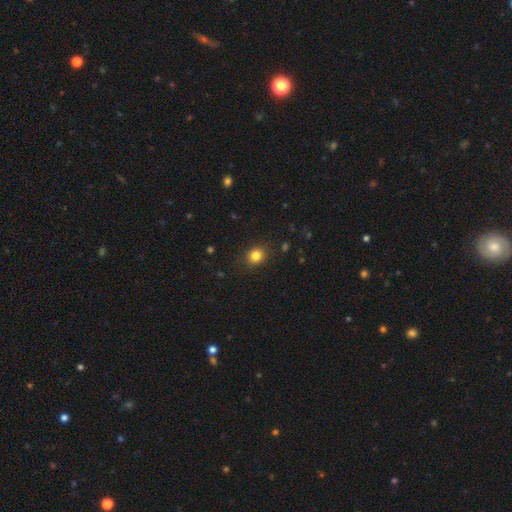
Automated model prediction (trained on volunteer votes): smooth 83%, star or artifact 12%, featured or disk 5%. Down the decision tree: how rounded — round (72%); merging — none (88%).